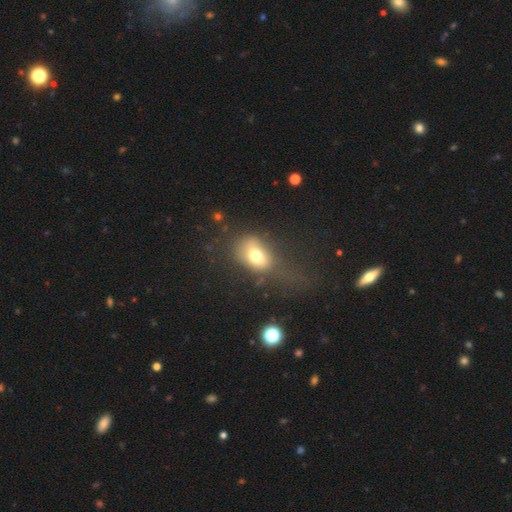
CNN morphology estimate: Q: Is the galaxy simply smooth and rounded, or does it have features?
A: smooth — 71%.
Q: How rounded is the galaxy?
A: in between — 73%.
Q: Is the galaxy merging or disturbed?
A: none — 40%.